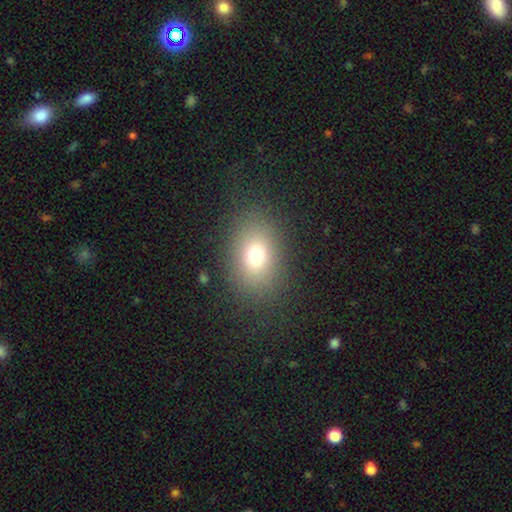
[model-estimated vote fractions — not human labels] Morphology: type=smooth (72%); roundness=in between (65%); merging=none (83%).